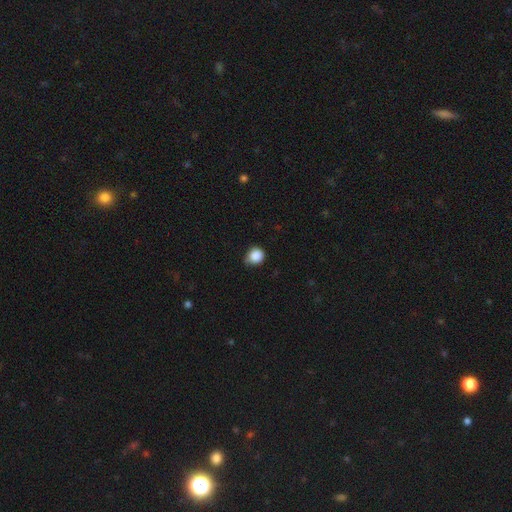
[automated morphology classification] Q: Smooth or featured?
A: smooth (87%); runner-up: star or artifact (9%)
Q: How rounded?
A: round (82%); runner-up: in between (17%)
Q: Merging?
A: none (61%); runner-up: minor disturbance (32%)